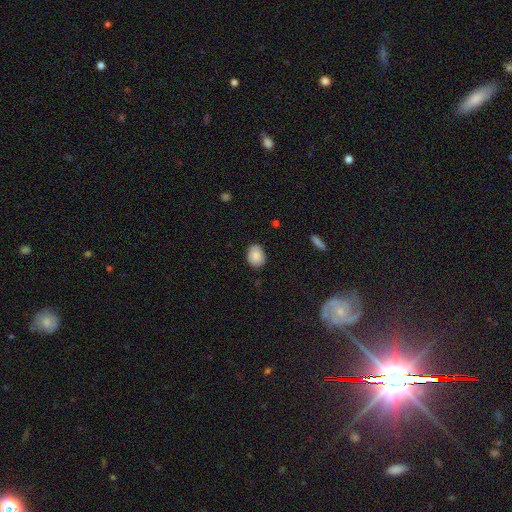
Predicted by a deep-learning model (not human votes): Smooth or featured? Predicted: smooth (p=0.88). How rounded? Predicted: in between (p=0.61). Merging? Predicted: none (p=0.84).